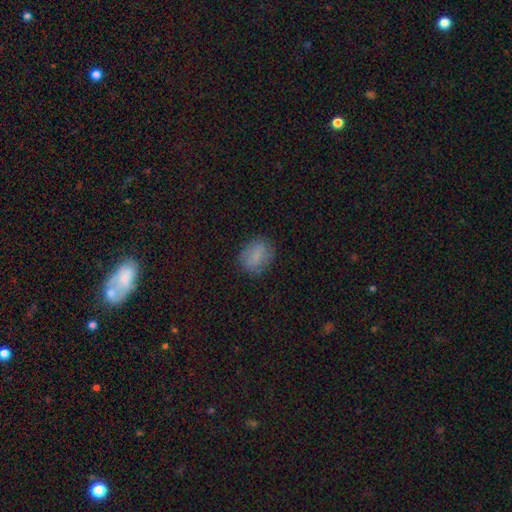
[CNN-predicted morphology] The model was most divided on "how rounded": in between: 56%, round: 43%, cigar-shaped: 2%. More confident: merging — none (78%); smooth or featured — smooth (77%).